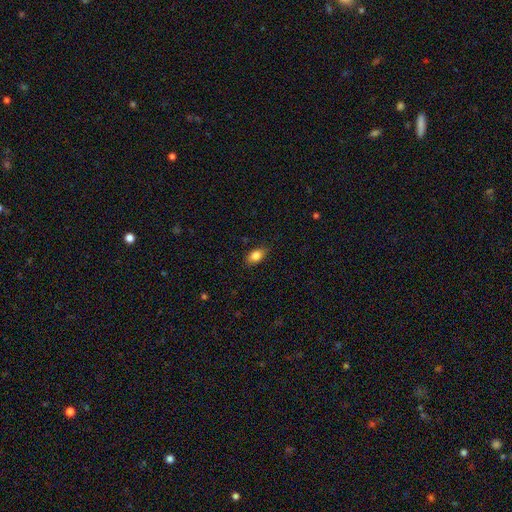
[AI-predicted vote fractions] A smooth galaxy with no disk features (83%) that is in between round and cigar-shaped (86%).

Vote fractions:
- Smooth or featured? smooth: 83% / star or artifact: 8% / featured or disk: 8%
- How rounded? in between: 86% / round: 11% / cigar-shaped: 3%
- Merging? none: 84% / minor disturbance: 13% / major disturbance: 2% / merger: 1%